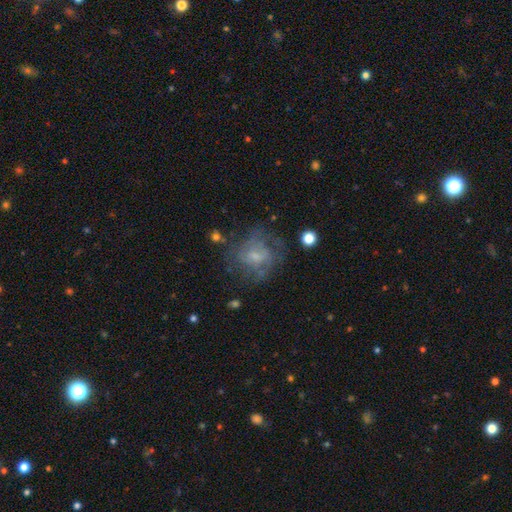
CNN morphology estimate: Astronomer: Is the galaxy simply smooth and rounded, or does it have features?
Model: featured or disk — 55% (runner-up: smooth, 32%).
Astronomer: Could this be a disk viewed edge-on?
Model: no — 97%.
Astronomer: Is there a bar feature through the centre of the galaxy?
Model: no — 64%.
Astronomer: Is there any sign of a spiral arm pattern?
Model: yes — 55% (runner-up: no, 45%).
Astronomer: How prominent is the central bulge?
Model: small — 53%.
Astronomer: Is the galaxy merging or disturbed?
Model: none — 53%.